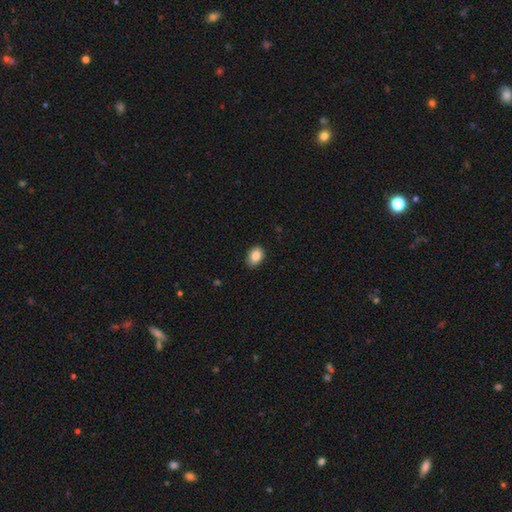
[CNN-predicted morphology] smooth 85%, star or artifact 8%, featured or disk 6%. Down the decision tree: how rounded — in between (73%); merging — none (87%).